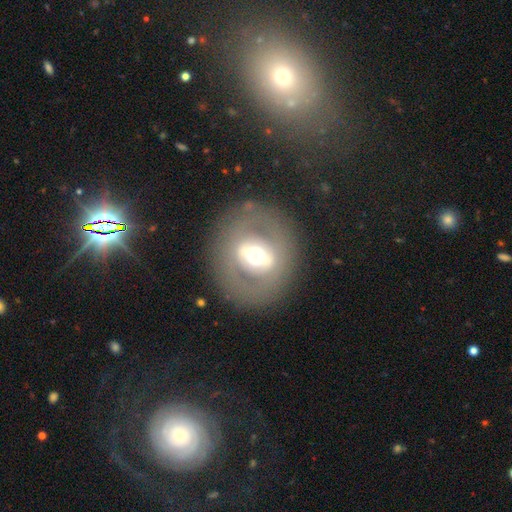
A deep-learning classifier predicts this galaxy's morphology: Q: Smooth or featured?
A: featured or disk (59%); runner-up: smooth (32%)
Q: Edge-on disk?
A: no (89%); runner-up: yes (11%)
Q: Bar?
A: strong (47%); runner-up: weak (28%)
Q: Spiral arms?
A: no (89%); runner-up: yes (11%)
Q: Bulge size?
A: moderate (56%); runner-up: large (30%)
Q: Merging?
A: none (81%); runner-up: minor disturbance (10%)